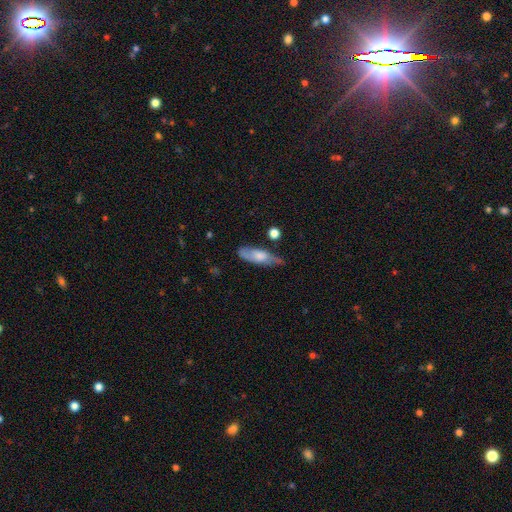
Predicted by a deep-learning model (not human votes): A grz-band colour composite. It shows a smooth galaxy with no disk features (58%) that is in between round and cigar-shaped (54%). Merging: none (56%).